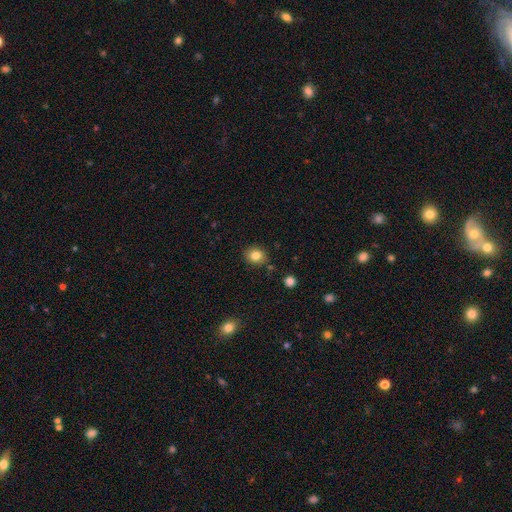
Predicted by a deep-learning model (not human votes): Q: Smooth or featured?
A: smooth (82%); runner-up: star or artifact (11%)
Q: How rounded?
A: round (74%); runner-up: in between (25%)
Q: Merging?
A: none (85%); runner-up: minor disturbance (10%)